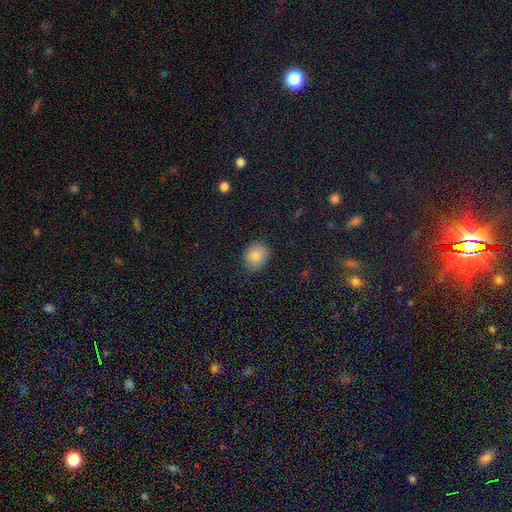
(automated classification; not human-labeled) Smooth or featured: smooth — 84% (star or artifact — 9%)
How rounded: round — 56% (in between — 43%)
Merging: none — 78% (minor disturbance — 17%)